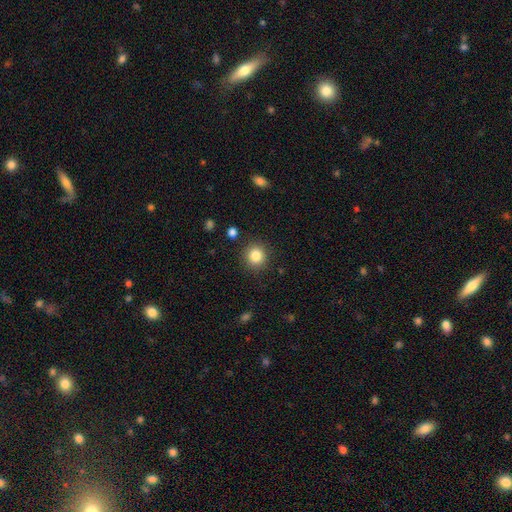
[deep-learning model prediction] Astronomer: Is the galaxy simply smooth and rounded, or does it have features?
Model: smooth — 84%.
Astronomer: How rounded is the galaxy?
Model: round — 90%.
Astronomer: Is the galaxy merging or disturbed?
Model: none — 89%.